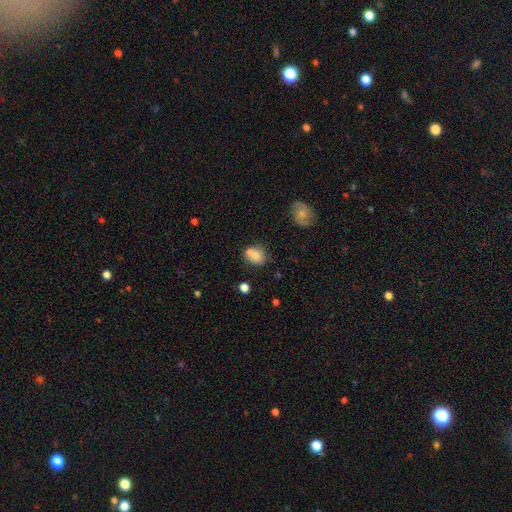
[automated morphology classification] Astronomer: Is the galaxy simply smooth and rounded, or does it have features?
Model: smooth — 77%.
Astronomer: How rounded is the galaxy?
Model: round — 54% (runner-up: in between, 45%).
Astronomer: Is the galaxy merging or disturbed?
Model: none — 46% (runner-up: merger, 33%).